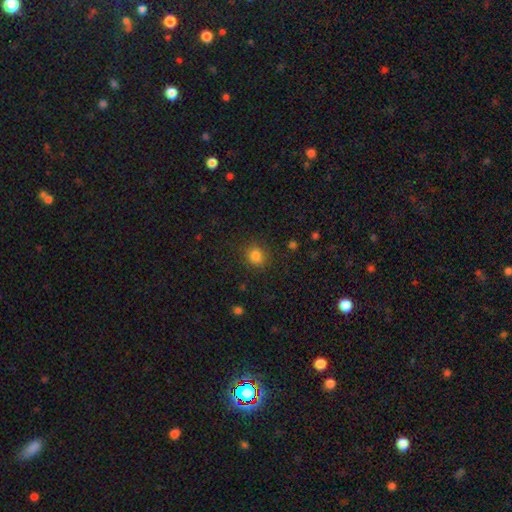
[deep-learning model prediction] Smooth or featured?
  - smooth: 81% *
  - star or artifact: 14%
  - featured or disk: 5%
How rounded?
  - round: 68% *
  - in between: 31%
  - cigar-shaped: 1%
Merging?
  - none: 82% *
  - minor disturbance: 12%
  - major disturbance: 4%
  - merger: 2%